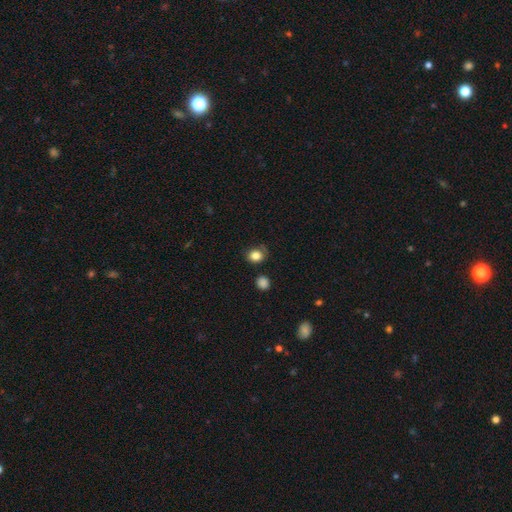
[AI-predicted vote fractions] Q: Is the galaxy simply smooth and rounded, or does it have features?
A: smooth — 83%.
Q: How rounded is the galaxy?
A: round — 66%.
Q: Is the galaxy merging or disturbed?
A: none — 72%.